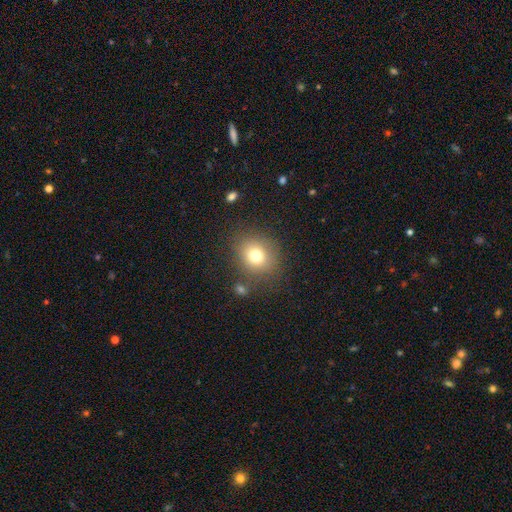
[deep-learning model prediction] This is likely a smooth galaxy (75%). How rounded: likely round (76%). Merging: likely none (79%).